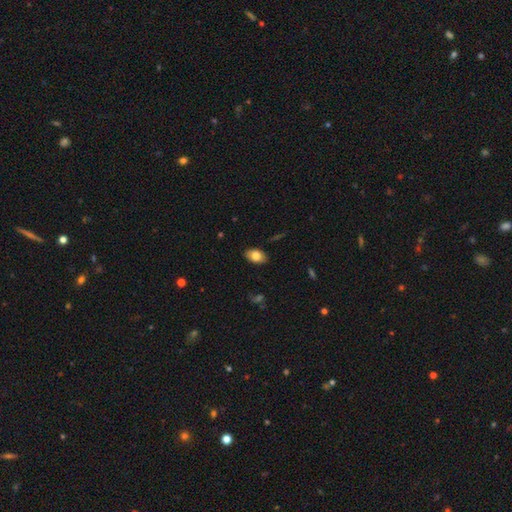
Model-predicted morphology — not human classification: This is clearly a smooth galaxy (81%). How rounded: clearly in between (91%). Merging: clearly none (87%).